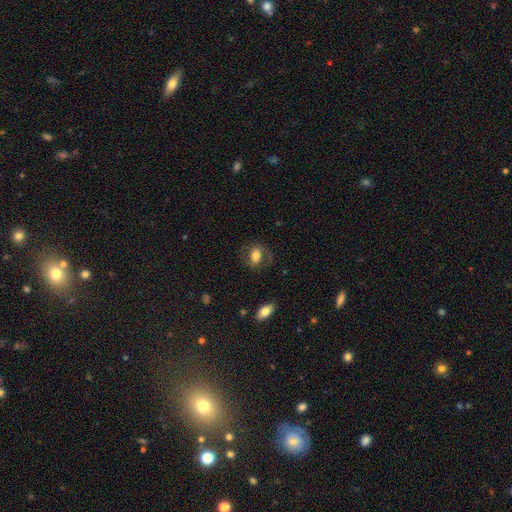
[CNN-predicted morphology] This is possibly a smooth galaxy (57%). How rounded: likely in between (78%). Merging: likely none (69%).